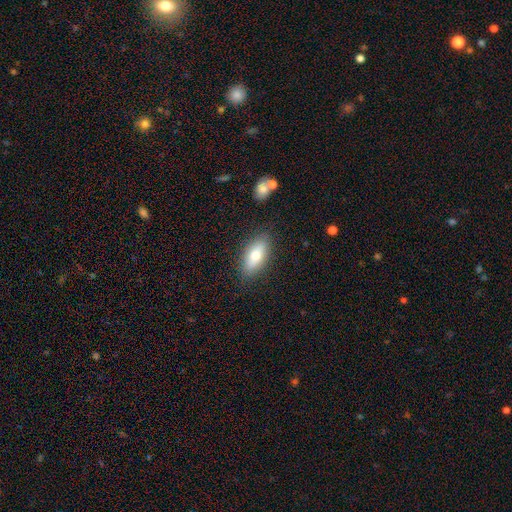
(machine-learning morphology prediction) The model was most divided on "smooth or featured": smooth: 72%, featured or disk: 21%, star or artifact: 7%. More confident: merging — none (85%); how rounded — in between (82%).